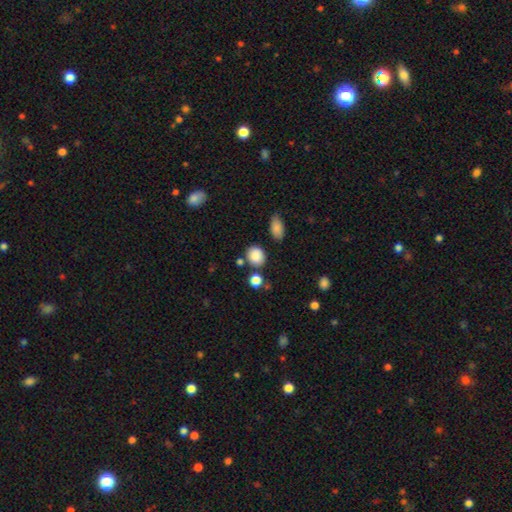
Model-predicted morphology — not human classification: smooth-or-featured: smooth: 85% | star or artifact: 10% | featured or disk: 4%
  how-rounded: round: 70% | in between: 29% | cigar-shaped: 1%
  merging: none: 76% | minor disturbance: 12% | merger: 9% | major disturbance: 4%